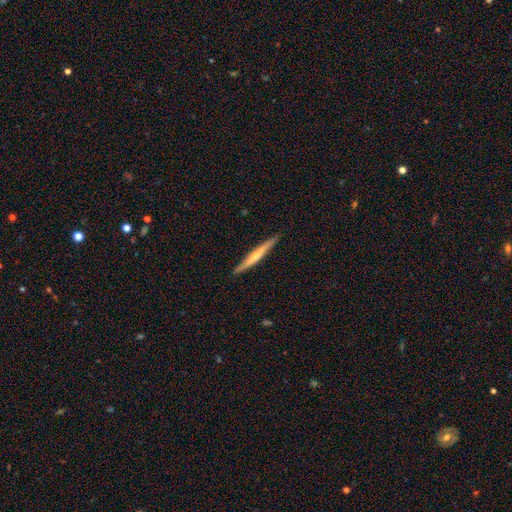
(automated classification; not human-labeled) Overall: featured or disk (52%; smooth 42%). Edge-on disk: yes (96%). Edge-on bulge: rounded (52%; none 41%). Merging: none (90%).